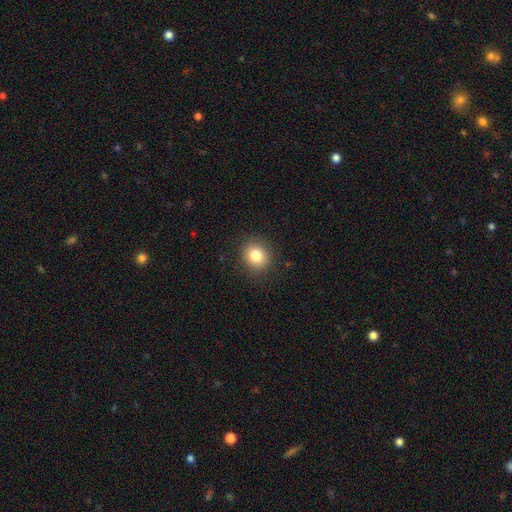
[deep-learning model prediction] Q: Smooth or featured?
A: smooth (81%); runner-up: star or artifact (11%)
Q: How rounded?
A: round (76%); runner-up: in between (23%)
Q: Merging?
A: none (89%); runner-up: minor disturbance (8%)